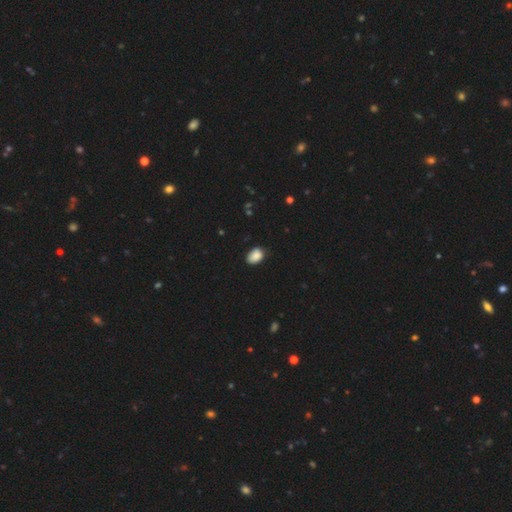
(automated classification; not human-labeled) smooth-or-featured: smooth: 87% | star or artifact: 8% | featured or disk: 4%
  how-rounded: in between: 81% | round: 17% | cigar-shaped: 1%
  merging: none: 76% | minor disturbance: 20% | major disturbance: 3% | merger: 1%